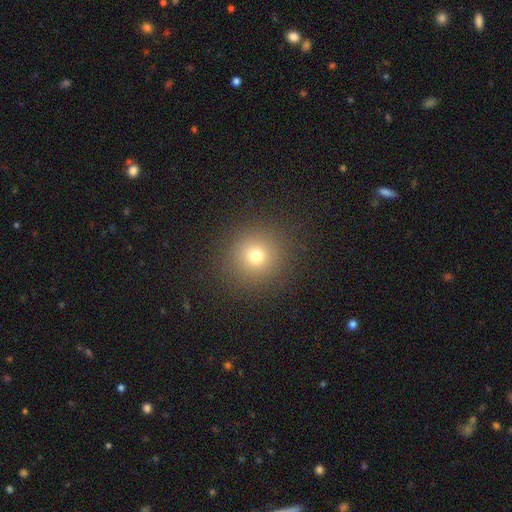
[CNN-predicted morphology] Q: Smooth or featured?
A: smooth (73%); runner-up: star or artifact (18%)
Q: How rounded?
A: round (93%); runner-up: in between (6%)
Q: Merging?
A: none (90%); runner-up: minor disturbance (6%)